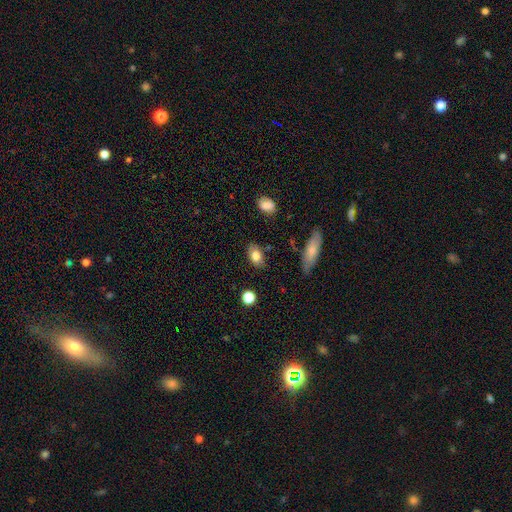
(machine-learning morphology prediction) Q: Smooth or featured?
A: smooth (76%); runner-up: featured or disk (15%)
Q: How rounded?
A: in between (86%); runner-up: round (11%)
Q: Merging?
A: none (82%); runner-up: minor disturbance (13%)